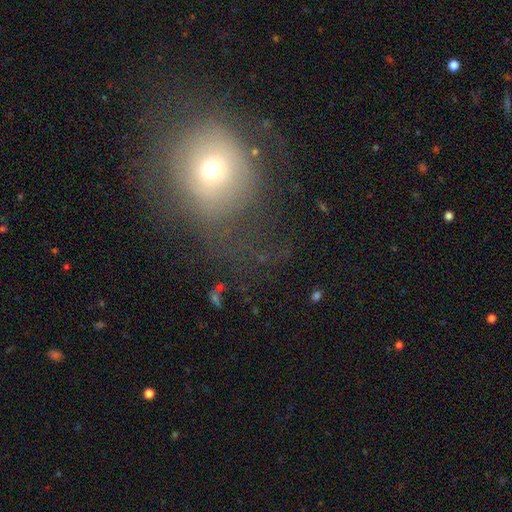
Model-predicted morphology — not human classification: smooth-or-featured: smooth: 52% | featured or disk: 24% | star or artifact: 23%
  how-rounded: round: 79% | in between: 19% | cigar-shaped: 1%
  merging: none: 50% | major disturbance: 29% | minor disturbance: 18% | merger: 3%